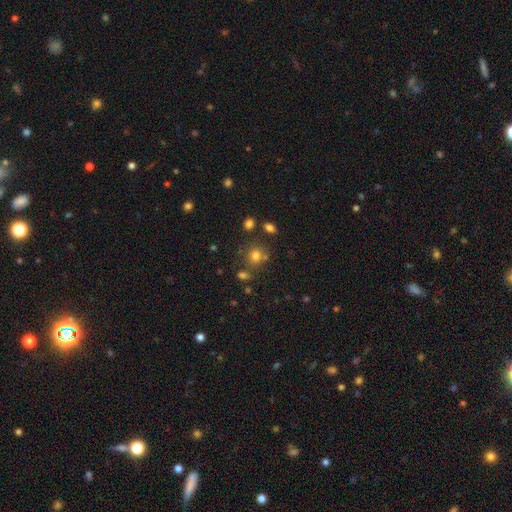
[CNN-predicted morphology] smooth 74%, star or artifact 17%, featured or disk 9%. Down the decision tree: how rounded — round (83%); merging — none (70%).